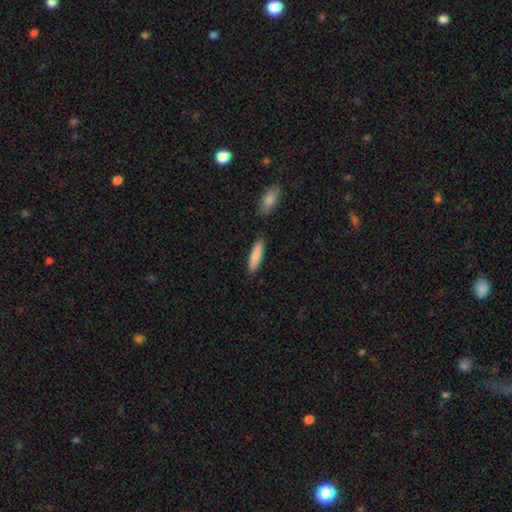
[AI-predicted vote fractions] A smooth galaxy with no disk features (86%) that is cigar-shaped (73%). Merging: none (86%).